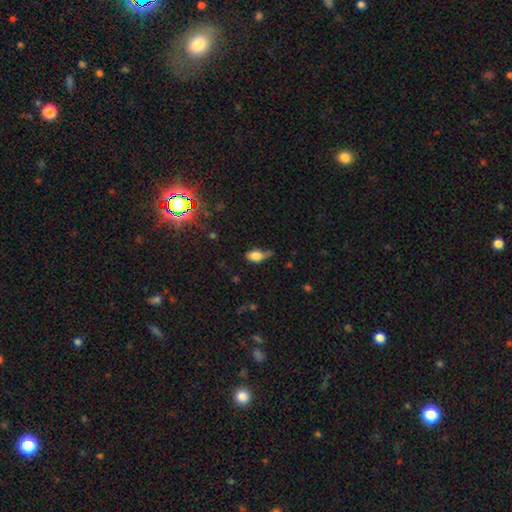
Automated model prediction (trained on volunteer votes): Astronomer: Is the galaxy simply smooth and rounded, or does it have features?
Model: smooth — 79%.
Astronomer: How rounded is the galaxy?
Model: in between — 84%.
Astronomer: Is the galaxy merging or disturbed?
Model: none — 44% (runner-up: minor disturbance, 35%).